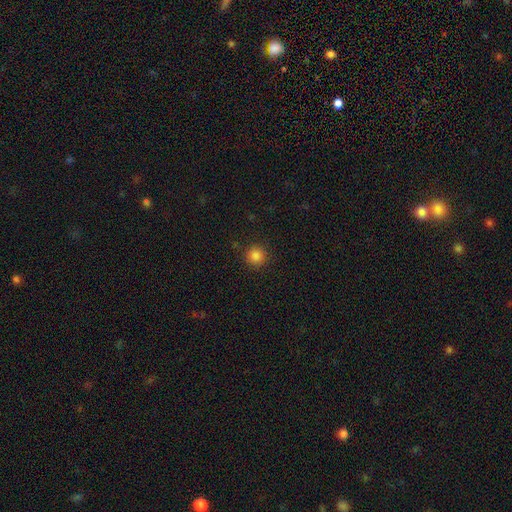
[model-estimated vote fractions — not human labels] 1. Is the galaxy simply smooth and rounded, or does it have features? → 84% smooth, 12% star or artifact, 4% featured or disk.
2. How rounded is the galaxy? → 95% round, 4% in between, 1% cigar-shaped.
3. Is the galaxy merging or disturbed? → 90% none, 6% minor disturbance, 2% major disturbance, 1% merger.